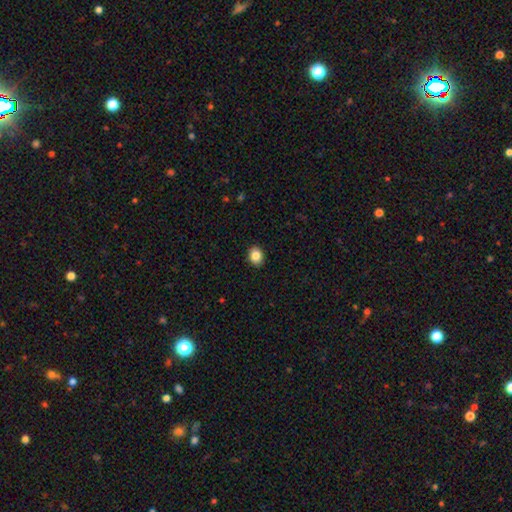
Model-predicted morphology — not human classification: Q: Smooth or featured?
A: smooth (86%); runner-up: star or artifact (9%)
Q: How rounded?
A: round (54%); runner-up: in between (45%)
Q: Merging?
A: none (92%); runner-up: minor disturbance (6%)